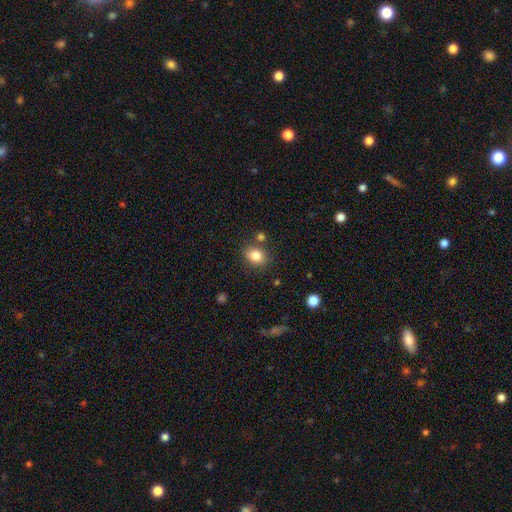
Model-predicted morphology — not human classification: Smooth or featured?
  - smooth: 82% *
  - star or artifact: 11%
  - featured or disk: 8%
How rounded?
  - round: 50% *
  - in between: 49%
  - cigar-shaped: 1%
Merging?
  - none: 78% *
  - minor disturbance: 11%
  - merger: 8%
  - major disturbance: 3%